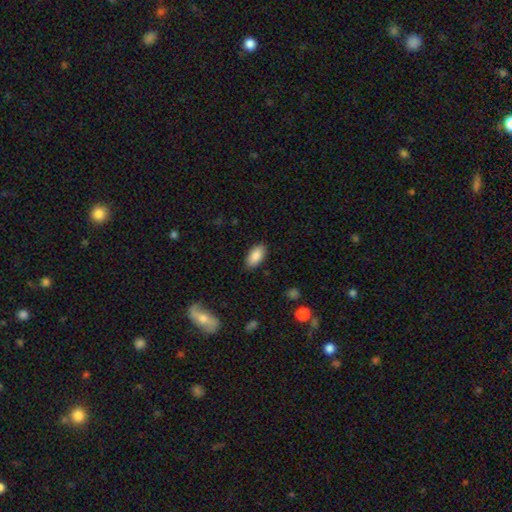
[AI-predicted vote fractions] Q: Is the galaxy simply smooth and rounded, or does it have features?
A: smooth — 88%.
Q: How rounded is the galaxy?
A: in between — 93%.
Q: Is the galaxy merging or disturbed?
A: none — 86%.